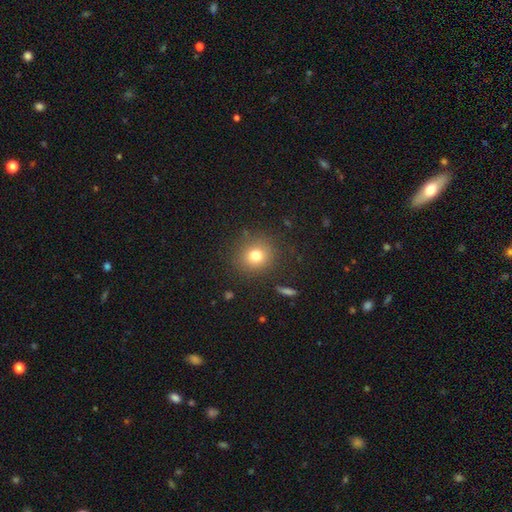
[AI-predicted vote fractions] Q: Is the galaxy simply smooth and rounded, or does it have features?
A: smooth — 76%.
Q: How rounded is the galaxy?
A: round — 89%.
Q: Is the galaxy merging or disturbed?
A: none — 87%.